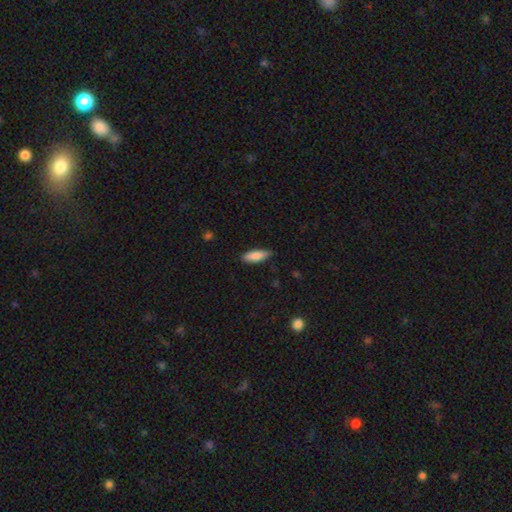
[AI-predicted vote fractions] smooth_or_featured: smooth (p=0.82) [alt: featured or disk p=0.11]
how_rounded: in between (p=0.58) [alt: cigar-shaped p=0.41]
merging: none (p=0.82) [alt: minor disturbance p=0.15]